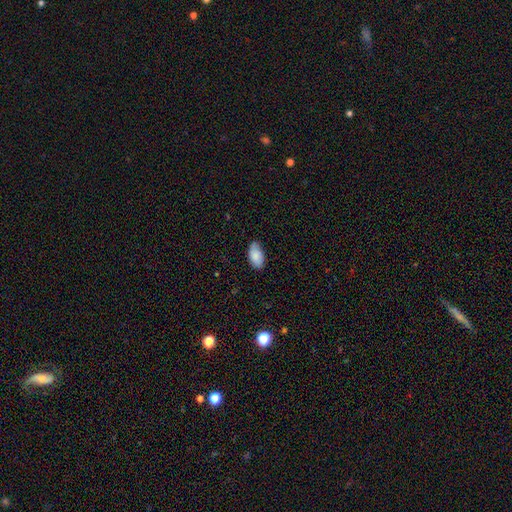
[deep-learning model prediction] A smooth galaxy with no disk features (82%) that is in between round and cigar-shaped (95%).

Vote fractions:
- Smooth or featured? smooth: 82% / featured or disk: 12% / star or artifact: 7%
- How rounded? in between: 95% / round: 3% / cigar-shaped: 2%
- Merging? none: 67% / minor disturbance: 27% / major disturbance: 4% / merger: 1%